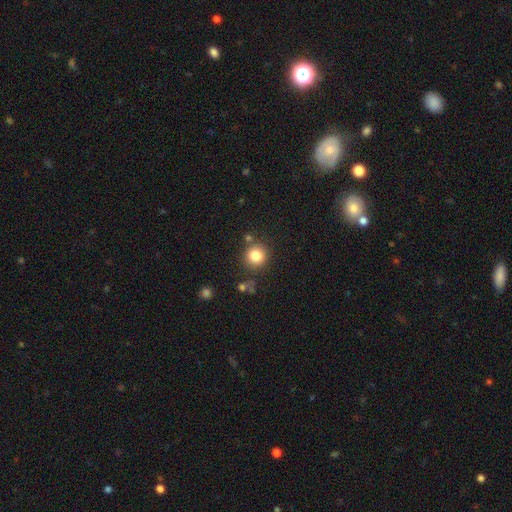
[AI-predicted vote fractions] smooth-or-featured: smooth: 82% | star or artifact: 12% | featured or disk: 6%
  how-rounded: round: 92% | in between: 7% | cigar-shaped: 1%
  merging: none: 82% | minor disturbance: 9% | merger: 6% | major disturbance: 3%